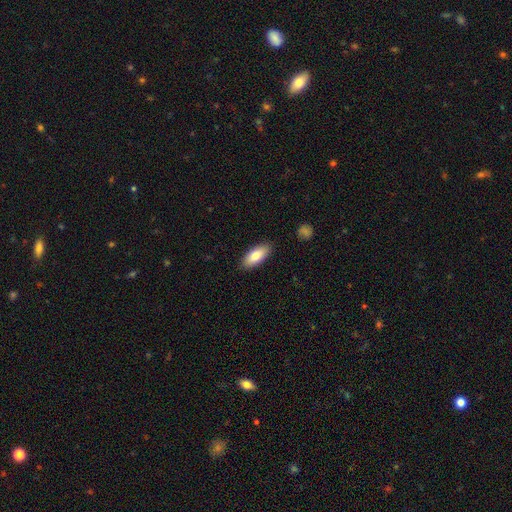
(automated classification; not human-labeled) Smooth or featured?
  - smooth: 80% *
  - featured or disk: 14%
  - star or artifact: 6%
How rounded?
  - in between: 84% *
  - cigar-shaped: 14%
  - round: 2%
Merging?
  - none: 88% *
  - minor disturbance: 9%
  - major disturbance: 2%
  - merger: 1%